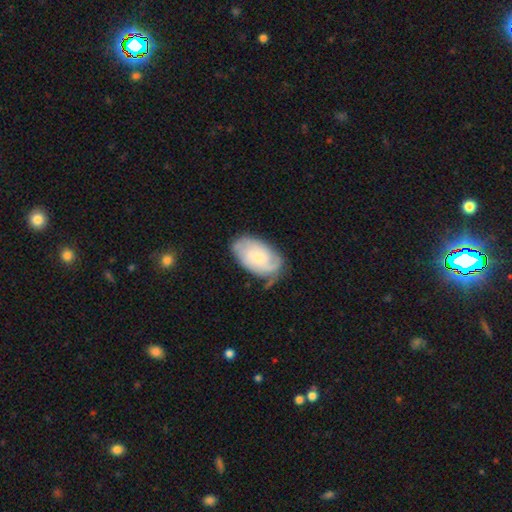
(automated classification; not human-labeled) The model was most divided on "smooth or featured": featured or disk: 59%, smooth: 35%, star or artifact: 6%. More confident: edge-on disk — no (96%); spiral arms — yes (88%); bar — no (68%); merging — none (64%); bulge size — small (61%).